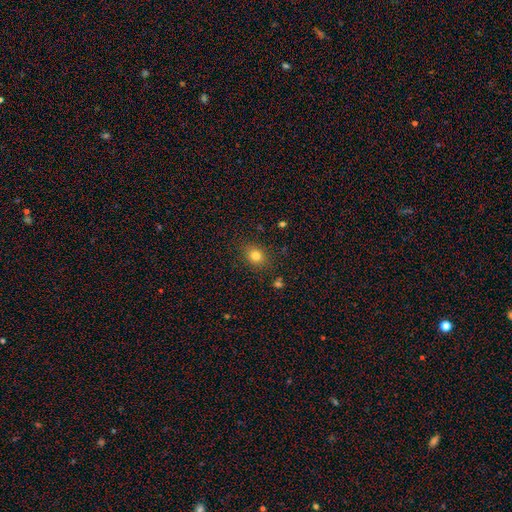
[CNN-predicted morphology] smooth 80%, star or artifact 13%, featured or disk 7%. Down the decision tree: how rounded — round (60%); merging — none (85%).